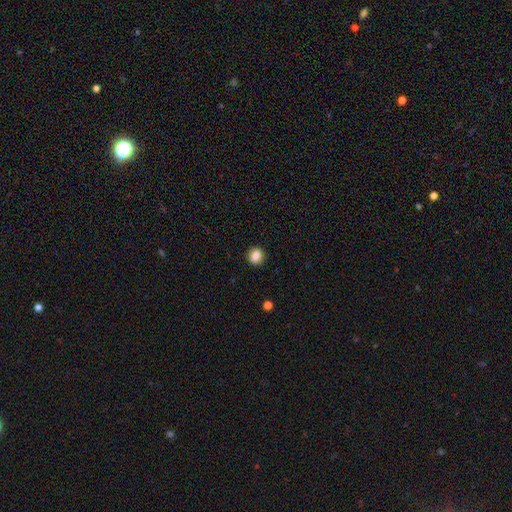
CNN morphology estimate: smooth_or_featured: smooth (p=0.84) [alt: star or artifact p=0.09]
how_rounded: round (p=0.69) [alt: in between p=0.30]
merging: none (p=0.89) [alt: minor disturbance p=0.08]